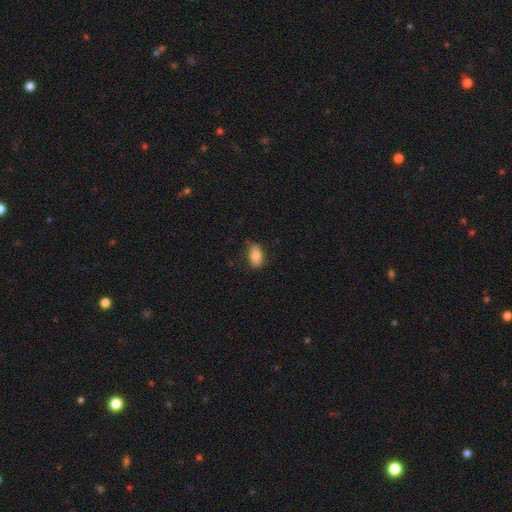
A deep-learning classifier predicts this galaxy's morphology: type=smooth (83%); roundness=in between (88%); merging=none (75%).